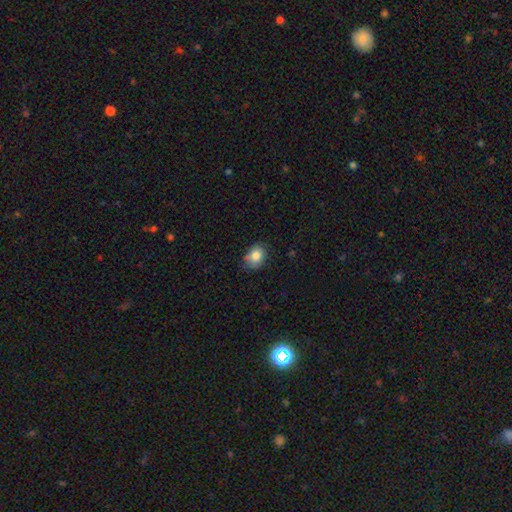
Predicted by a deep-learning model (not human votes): Morphology: type=smooth (82%); roundness=in between (60%); merging=none (70%).